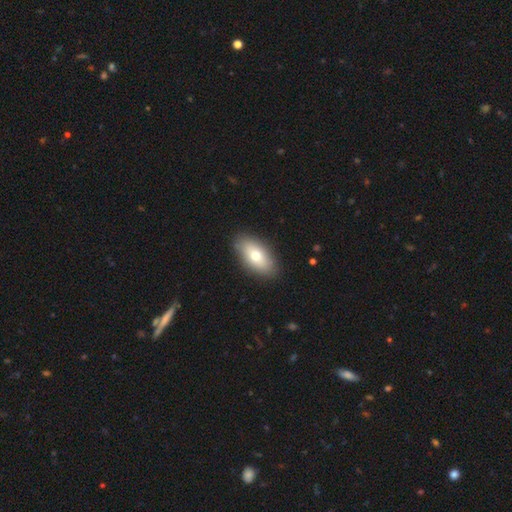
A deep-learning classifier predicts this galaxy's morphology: smooth-or-featured: smooth: 72% | featured or disk: 21% | star or artifact: 7%
  how-rounded: in between: 90% | cigar-shaped: 5% | round: 5%
  merging: none: 87% | minor disturbance: 9% | major disturbance: 2% | merger: 1%